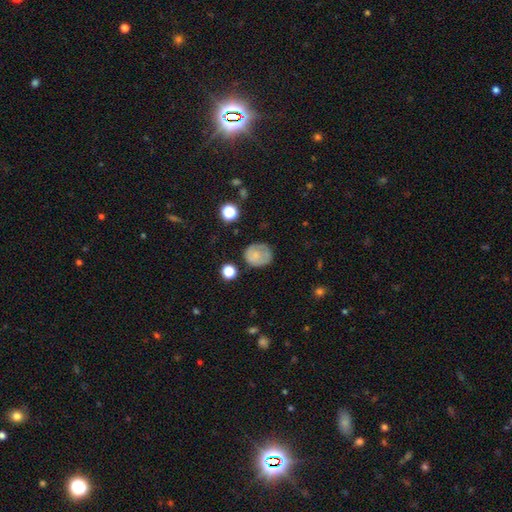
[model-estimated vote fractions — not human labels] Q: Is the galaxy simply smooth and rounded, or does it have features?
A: smooth — 65%.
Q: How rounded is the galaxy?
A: round — 73%.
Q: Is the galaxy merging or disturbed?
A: none — 61%.